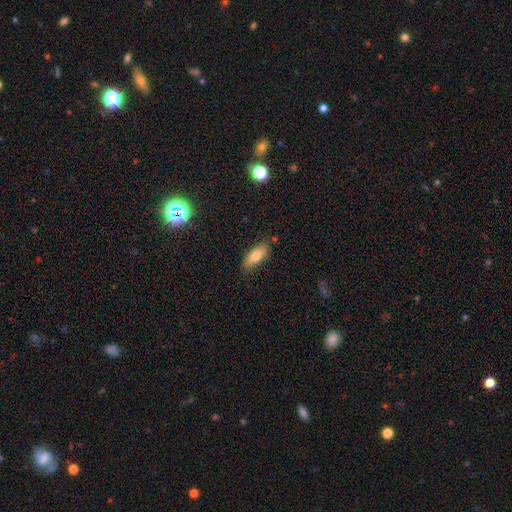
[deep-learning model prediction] smooth 75%, featured or disk 18%, star or artifact 8%. Down the decision tree: how rounded — in between (75%); merging — none (77%).